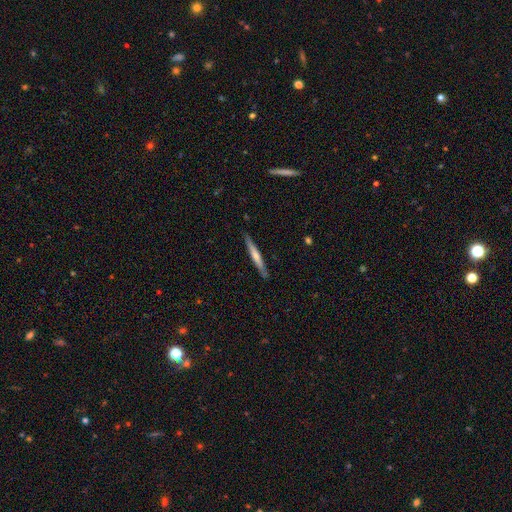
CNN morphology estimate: smooth-or-featured: smooth: 50% | featured or disk: 45% | star or artifact: 5%
  merging: none: 88% | minor disturbance: 10% | major disturbance: 2% | merger: 1%